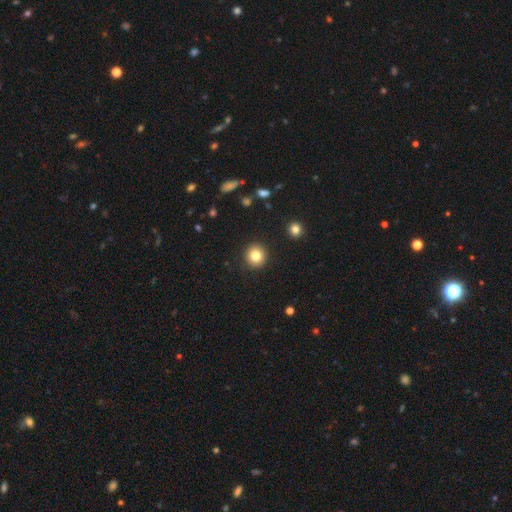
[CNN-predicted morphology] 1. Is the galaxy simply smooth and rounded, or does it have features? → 82% smooth, 11% star or artifact, 7% featured or disk.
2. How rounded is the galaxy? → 92% round, 7% in between, 1% cigar-shaped.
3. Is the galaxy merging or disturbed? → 92% none, 5% minor disturbance, 2% major disturbance, 1% merger.